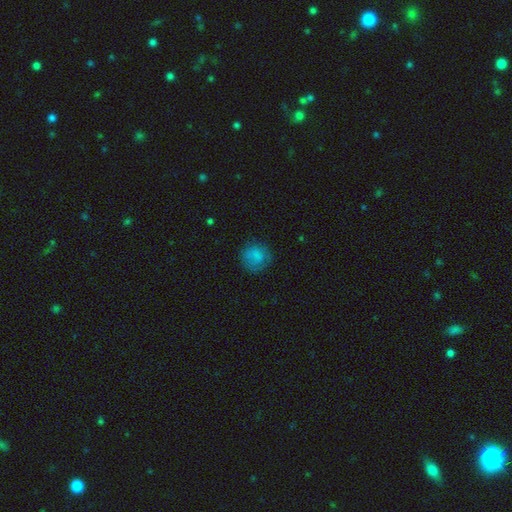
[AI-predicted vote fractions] This is likely a smooth galaxy (79%). How rounded: clearly round (87%). Merging: likely none (75%).